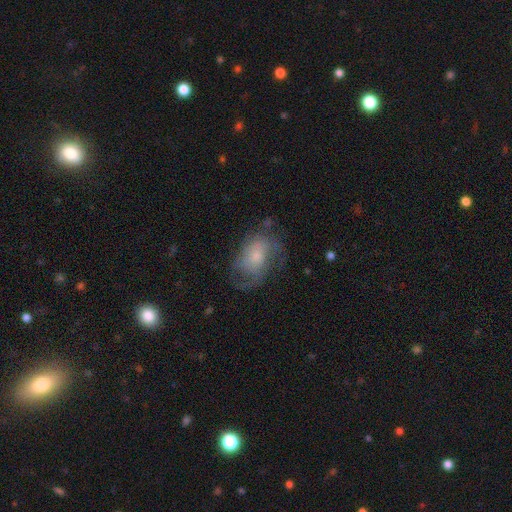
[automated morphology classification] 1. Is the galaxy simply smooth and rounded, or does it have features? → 52% featured or disk, 39% smooth, 9% star or artifact.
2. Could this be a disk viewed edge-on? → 96% no, 4% yes.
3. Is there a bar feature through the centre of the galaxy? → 76% no, 21% weak, 3% strong.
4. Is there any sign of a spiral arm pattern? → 74% yes, 26% no.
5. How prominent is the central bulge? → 42% small, 37% moderate, 10% large, 10% none, 2% dominant.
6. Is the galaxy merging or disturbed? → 50% none, 25% minor disturbance, 23% major disturbance, 2% merger.